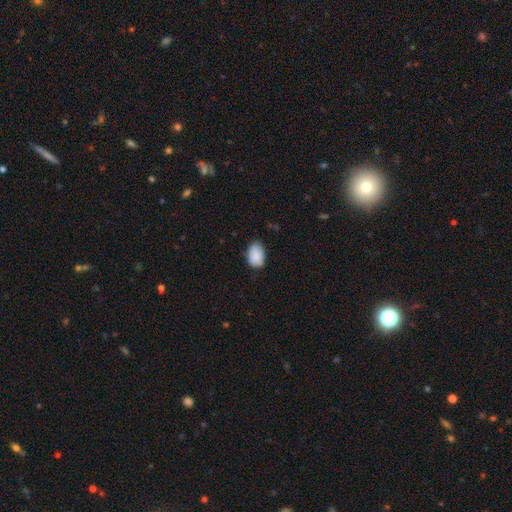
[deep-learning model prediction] Smooth or featured? Predicted: smooth (p=0.88). How rounded? Predicted: in between (p=0.87). Merging? Predicted: none (p=0.72).